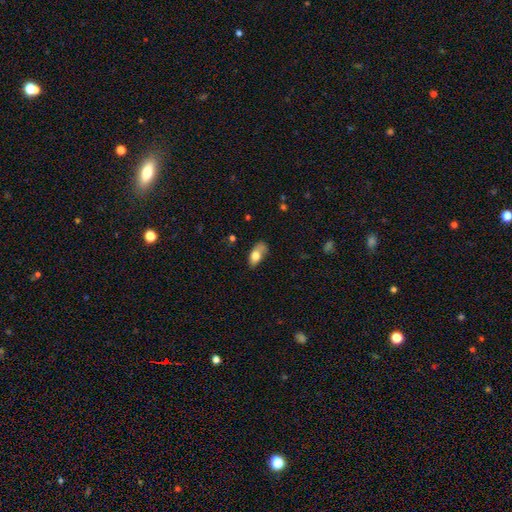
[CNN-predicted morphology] Smooth or featured? smooth (75%)
How rounded? in between (88%)
Merging? none (42%)